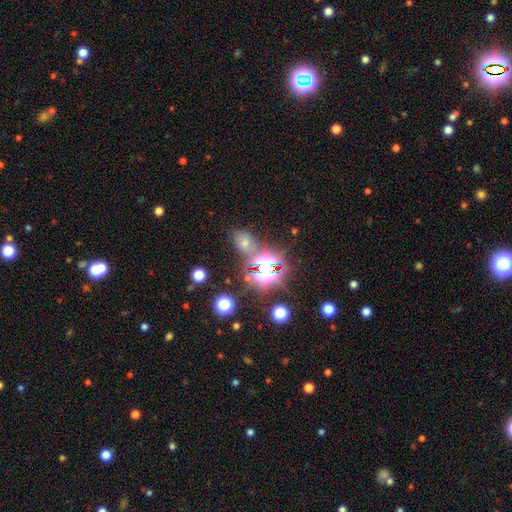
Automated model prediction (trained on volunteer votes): Smooth or featured? Predicted: star or artifact (p=0.74).